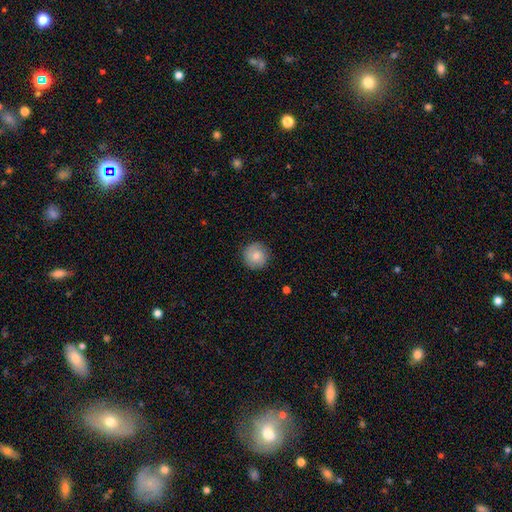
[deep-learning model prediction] smooth-or-featured: smooth: 70% | featured or disk: 23% | star or artifact: 8%
  how-rounded: round: 94% | in between: 6% | cigar-shaped: 1%
  merging: none: 88% | minor disturbance: 9% | major disturbance: 2% | merger: 1%